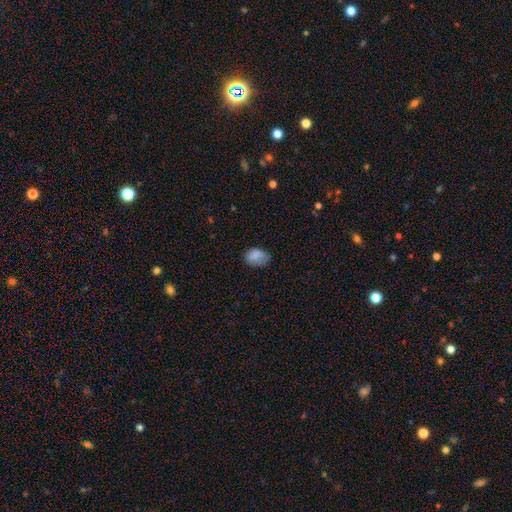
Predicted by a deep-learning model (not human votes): Smooth or featured? Predicted: smooth (p=0.84). How rounded? Predicted: in between (p=0.70). Merging? Predicted: none (p=0.60).